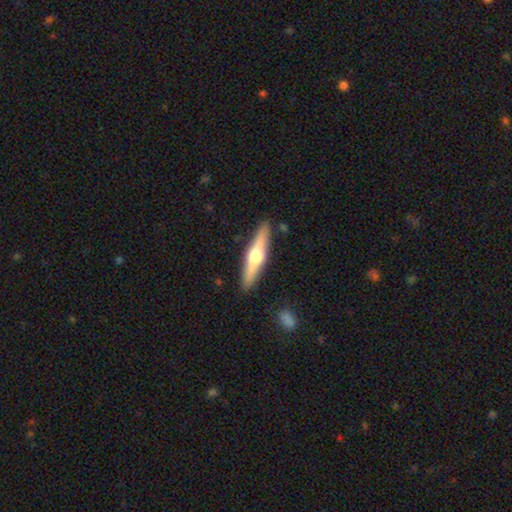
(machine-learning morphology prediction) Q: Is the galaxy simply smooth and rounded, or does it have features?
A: featured or disk — 59%.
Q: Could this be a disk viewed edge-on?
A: yes — 95%.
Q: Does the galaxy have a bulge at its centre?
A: rounded — 93%.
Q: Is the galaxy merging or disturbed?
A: none — 89%.